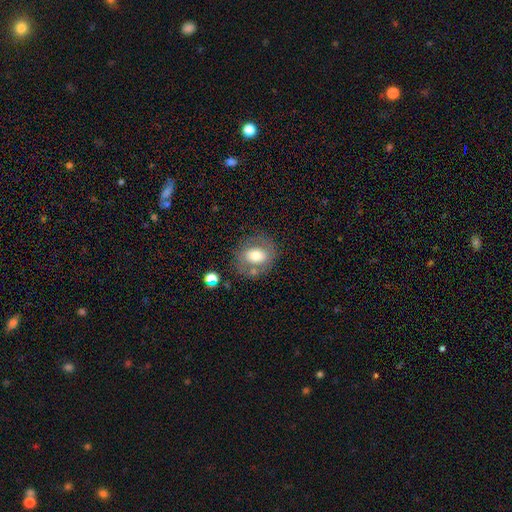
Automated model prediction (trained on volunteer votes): smooth 59%, featured or disk 32%, star or artifact 9%. Down the decision tree: how rounded — round (61%); merging — none (68%).